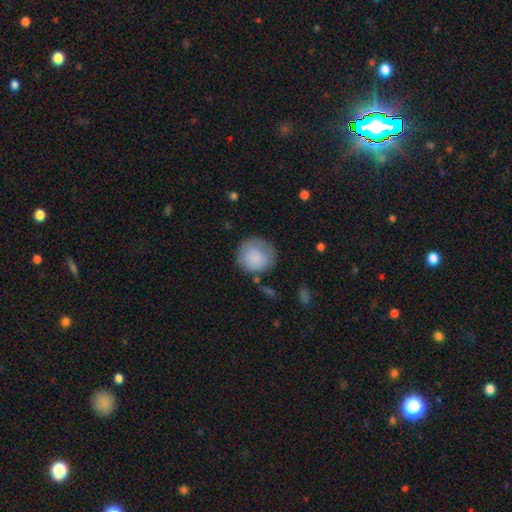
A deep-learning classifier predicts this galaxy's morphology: Overall: smooth (83%). How rounded: round (90%). Merging: none (69%).